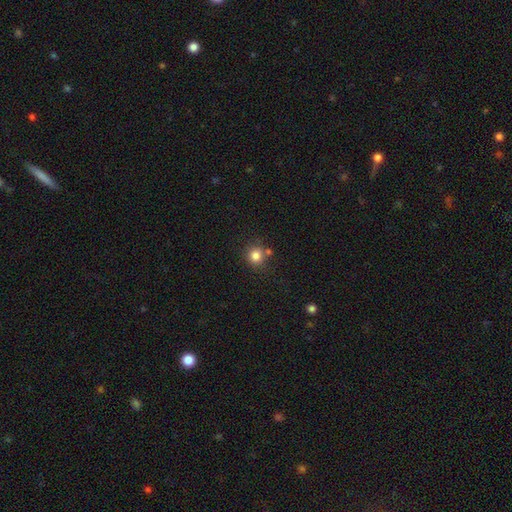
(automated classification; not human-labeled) Smooth or featured? smooth (82%)
How rounded? round (90%)
Merging? none (75%)